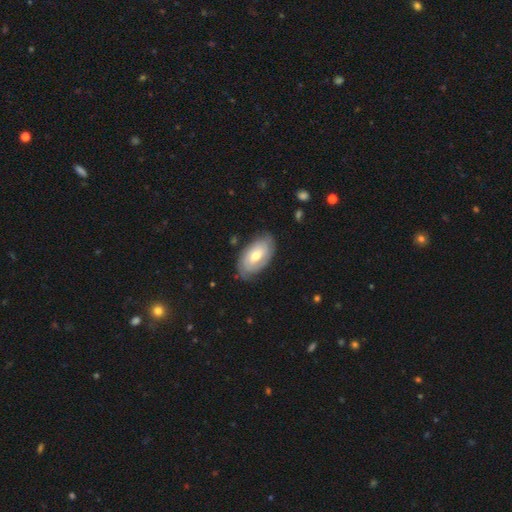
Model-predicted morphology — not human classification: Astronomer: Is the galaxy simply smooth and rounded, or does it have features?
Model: featured or disk — 58% (runner-up: smooth, 36%).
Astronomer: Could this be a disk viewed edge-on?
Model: no — 92%.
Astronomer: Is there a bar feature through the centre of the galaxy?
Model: no — 53% (runner-up: weak, 37%).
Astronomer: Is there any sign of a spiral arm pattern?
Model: yes — 75%.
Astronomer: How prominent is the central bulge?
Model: moderate — 67%.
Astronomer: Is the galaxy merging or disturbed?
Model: none — 77%.